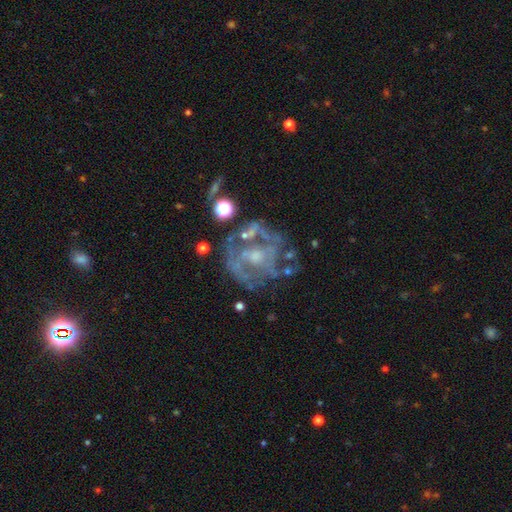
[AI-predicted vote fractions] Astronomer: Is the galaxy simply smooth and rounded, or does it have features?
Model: featured or disk — 76%.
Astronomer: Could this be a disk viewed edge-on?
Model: no — 97%.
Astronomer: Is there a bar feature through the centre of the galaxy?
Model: no — 67%.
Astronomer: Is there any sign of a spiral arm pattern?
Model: no — 52% (runner-up: yes, 48%).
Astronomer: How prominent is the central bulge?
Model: small — 42% (runner-up: moderate, 41%).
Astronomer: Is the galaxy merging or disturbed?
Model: none — 58%.